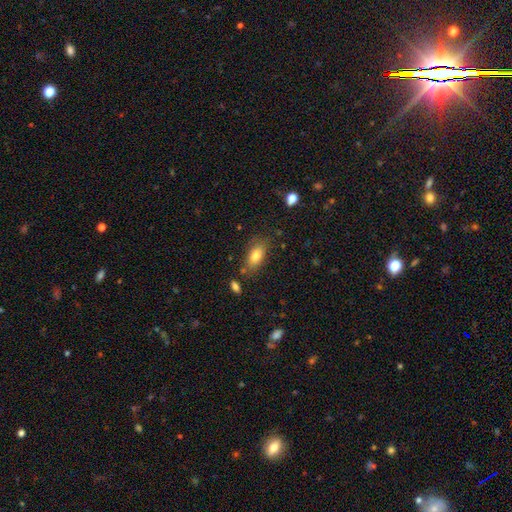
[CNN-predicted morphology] The model was most divided on "merging": none: 75%, minor disturbance: 16%, merger: 5%, major disturbance: 4%. More confident: how rounded — in between (87%); smooth or featured — smooth (79%).